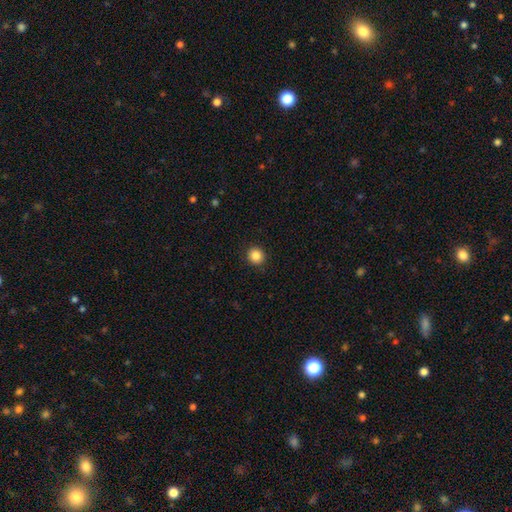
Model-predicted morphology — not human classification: Smooth or featured: smooth — 85% (star or artifact — 10%)
How rounded: round — 90% (in between — 9%)
Merging: none — 91% (minor disturbance — 6%)